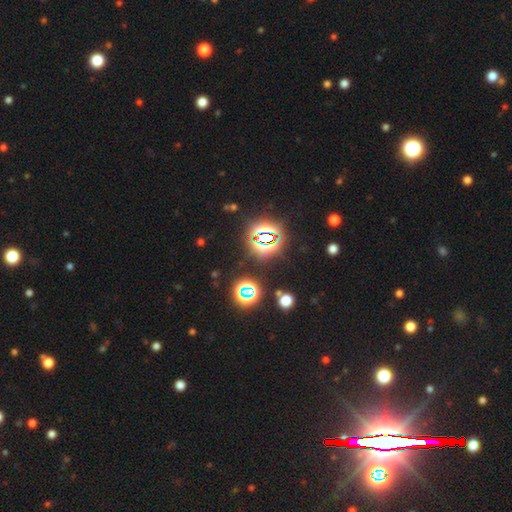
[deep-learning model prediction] Smooth or featured? Predicted: star or artifact (p=0.78).